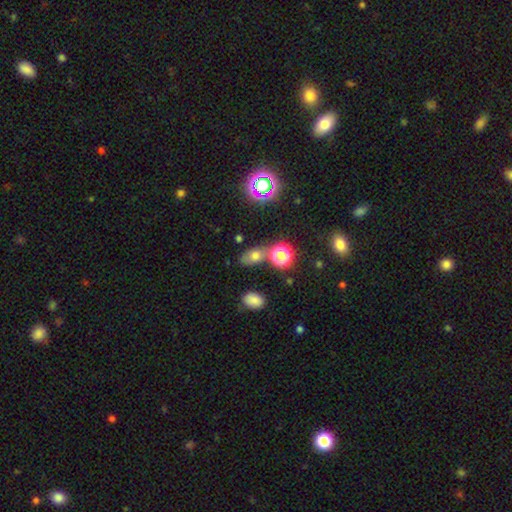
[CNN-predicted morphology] This is possibly a smooth galaxy (59%). How rounded: likely in between (72%). Merging: likely none (60%).